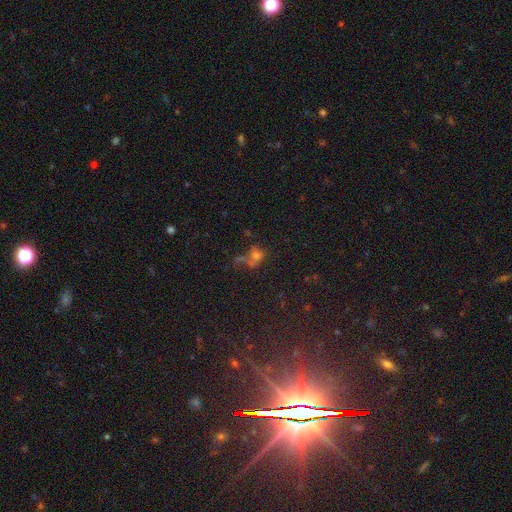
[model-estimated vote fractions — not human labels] smooth_or_featured: smooth (p=0.48) [alt: star or artifact p=0.32]
merging: merger (p=0.38) [alt: none p=0.34]